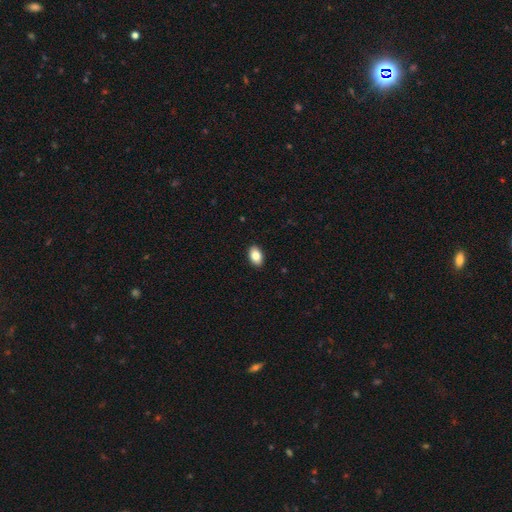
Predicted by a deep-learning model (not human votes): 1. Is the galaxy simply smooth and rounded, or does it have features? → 85% smooth, 8% featured or disk, 8% star or artifact.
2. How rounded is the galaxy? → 89% in between, 9% round, 1% cigar-shaped.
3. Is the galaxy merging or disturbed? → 91% none, 7% minor disturbance, 2% major disturbance, 1% merger.